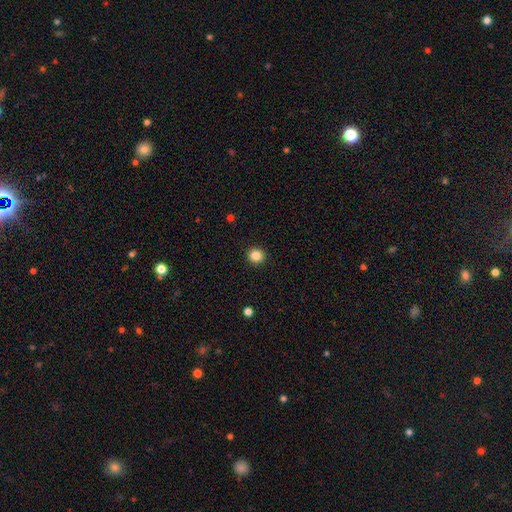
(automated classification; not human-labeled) smooth 84%, star or artifact 11%, featured or disk 4%. Down the decision tree: how rounded — round (92%); merging — none (93%).